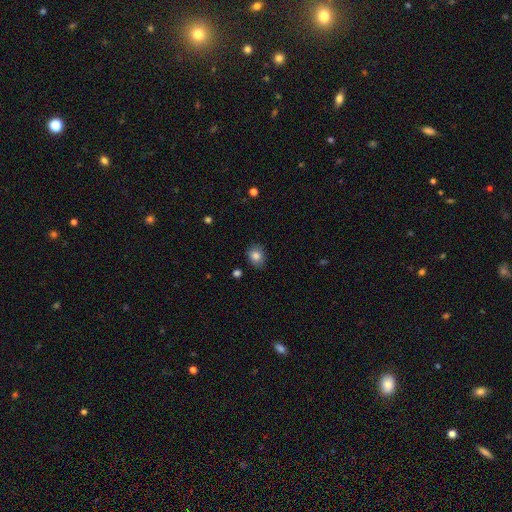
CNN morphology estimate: This appears to be a smooth galaxy with no disk features (83%) that is round (55%). Merging: none (81%).